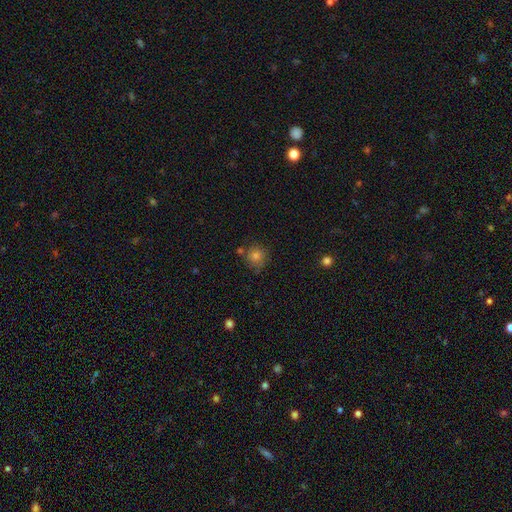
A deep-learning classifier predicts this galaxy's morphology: The model was most divided on "merging": none: 76%, minor disturbance: 13%, merger: 8%, major disturbance: 3%. More confident: how rounded — round (92%); smooth or featured — smooth (78%).